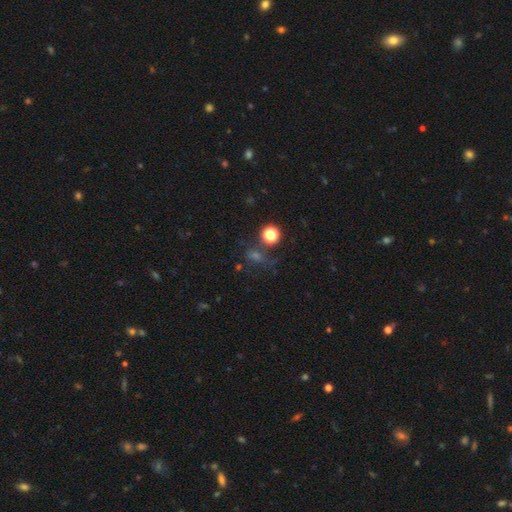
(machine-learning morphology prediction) smooth-or-featured: star or artifact: 49% | smooth: 37% | featured or disk: 14%